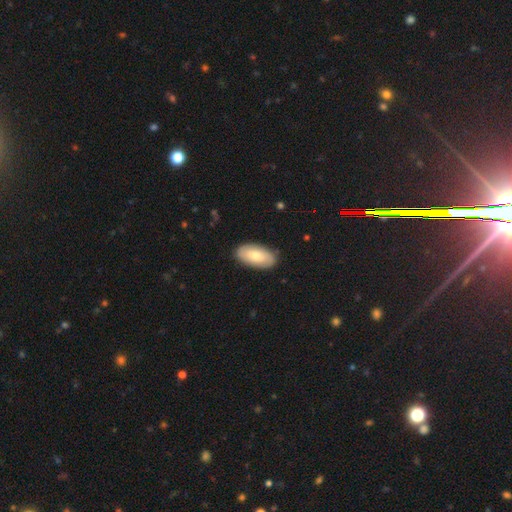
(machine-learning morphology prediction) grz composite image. It shows a smooth galaxy with no disk features (71%) that is in between round and cigar-shaped (94%). Merging: none (87%).